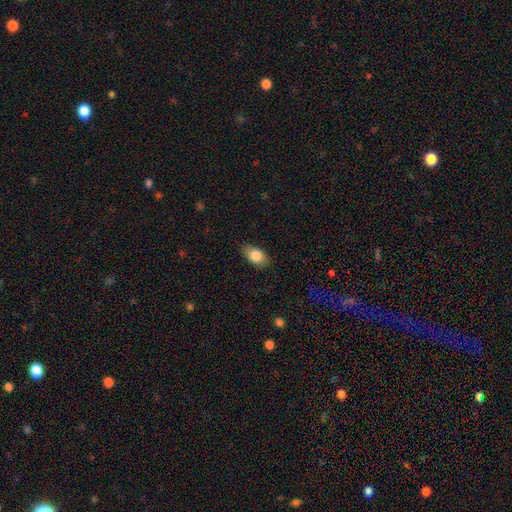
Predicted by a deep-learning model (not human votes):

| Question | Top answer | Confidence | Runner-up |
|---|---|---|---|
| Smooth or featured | smooth | 83% | featured or disk (10%) |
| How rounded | in between | 88% | round (10%) |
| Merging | none | 81% | minor disturbance (15%) |